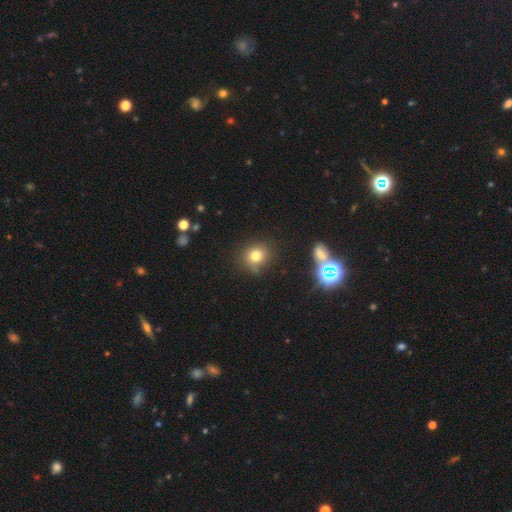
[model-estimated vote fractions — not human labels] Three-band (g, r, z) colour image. It shows a smooth galaxy with no disk features (76%) that is round (83%). Merging: none (77%).